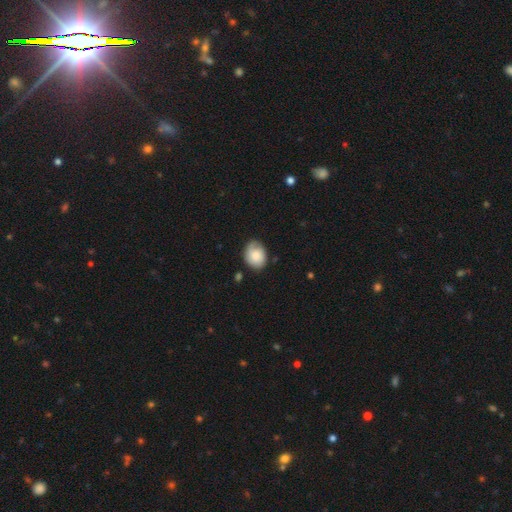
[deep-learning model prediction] Smooth or featured: smooth — 72% (featured or disk — 21%)
How rounded: in between — 53% (round — 47%)
Merging: none — 69% (minor disturbance — 23%)